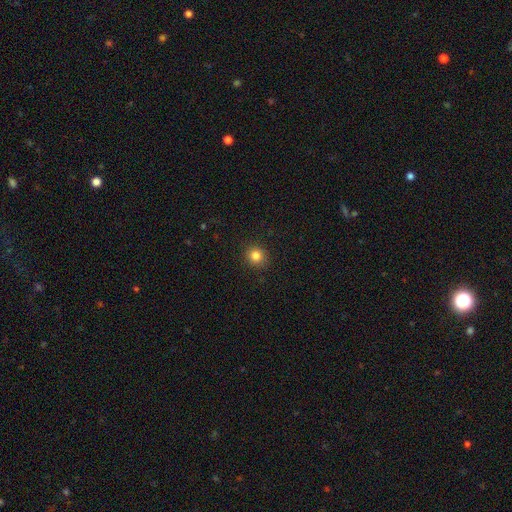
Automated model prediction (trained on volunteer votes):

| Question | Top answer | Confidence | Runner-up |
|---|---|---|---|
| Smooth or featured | smooth | 83% | star or artifact (12%) |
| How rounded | round | 88% | in between (11%) |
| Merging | none | 90% | minor disturbance (7%) |